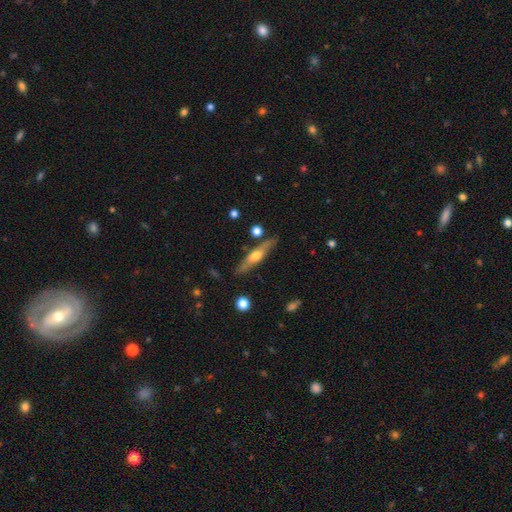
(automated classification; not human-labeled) smooth_or_featured: featured or disk (p=0.61) [alt: smooth p=0.33]
disk_edge_on: yes (p=0.92) [alt: no p=0.08]
edge_on_bulge: rounded (p=0.90) [alt: none p=0.05]
merging: none (p=0.83) [alt: minor disturbance p=0.11]